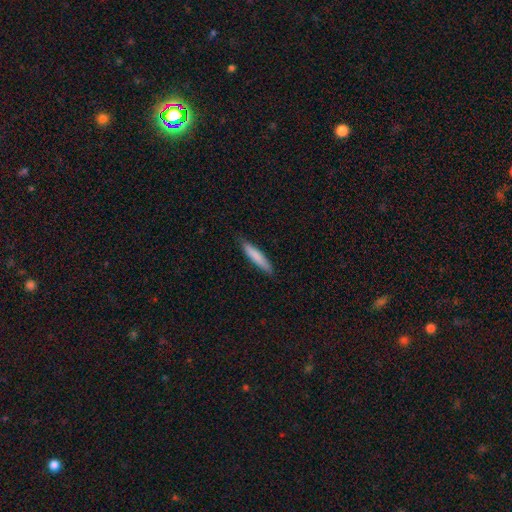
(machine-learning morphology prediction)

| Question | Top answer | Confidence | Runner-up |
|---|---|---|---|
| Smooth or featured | smooth | 81% | featured or disk (13%) |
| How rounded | cigar-shaped | 87% | in between (12%) |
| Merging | none | 84% | minor disturbance (13%) |